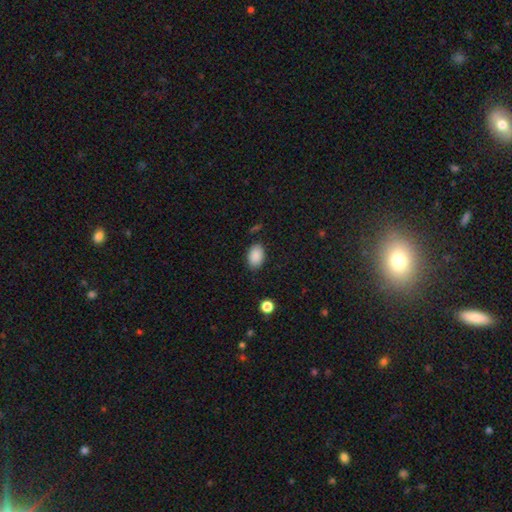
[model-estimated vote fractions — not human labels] The model was most divided on "merging": none: 83%, minor disturbance: 12%, major disturbance: 3%, merger: 2%. More confident: smooth or featured — smooth (89%); how rounded — in between (86%).